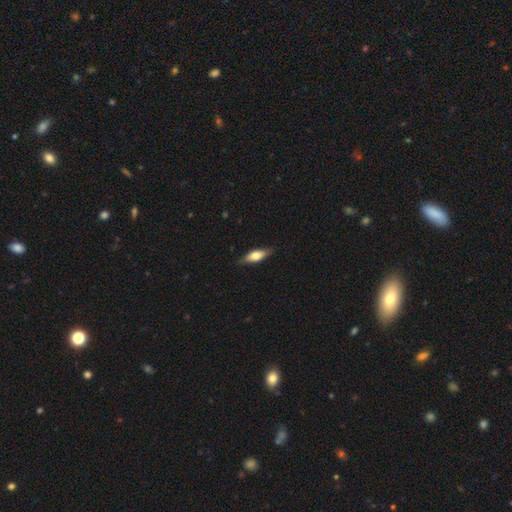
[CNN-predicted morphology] smooth 62%, featured or disk 32%, star or artifact 6%. Down the decision tree: how rounded — in between (64%); merging — none (82%).